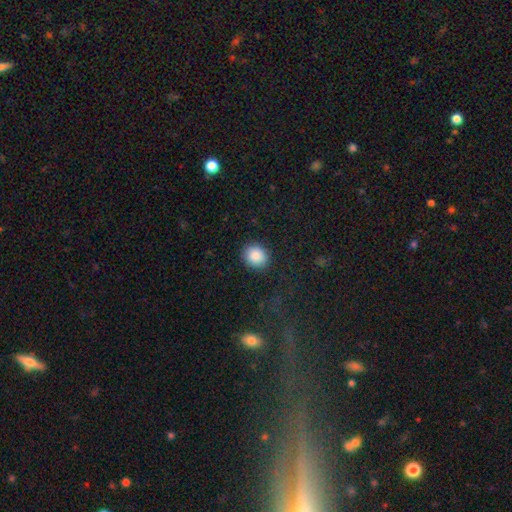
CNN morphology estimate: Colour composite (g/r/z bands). It shows a smooth galaxy with no disk features (88%) that is round (73%). Merging: none (88%).